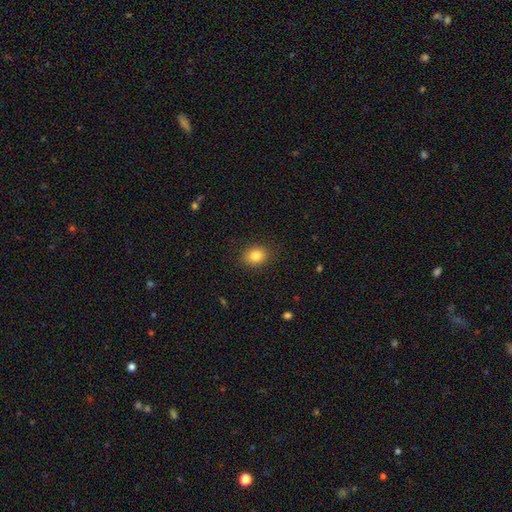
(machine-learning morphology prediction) type=smooth (83%); roundness=in between (50%); merging=none (88%).